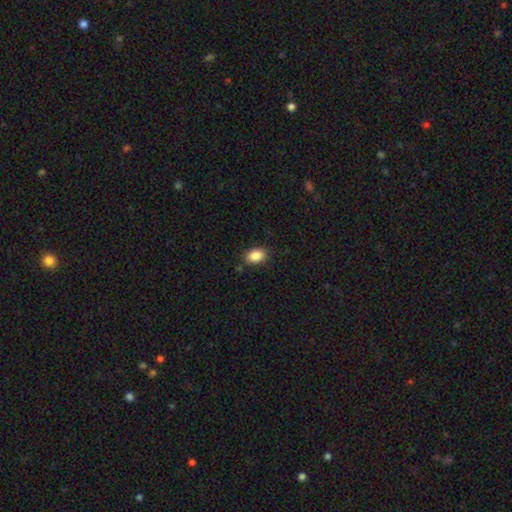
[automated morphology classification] Q: Smooth or featured?
A: smooth (87%); runner-up: star or artifact (8%)
Q: How rounded?
A: in between (81%); runner-up: round (17%)
Q: Merging?
A: none (85%); runner-up: minor disturbance (10%)